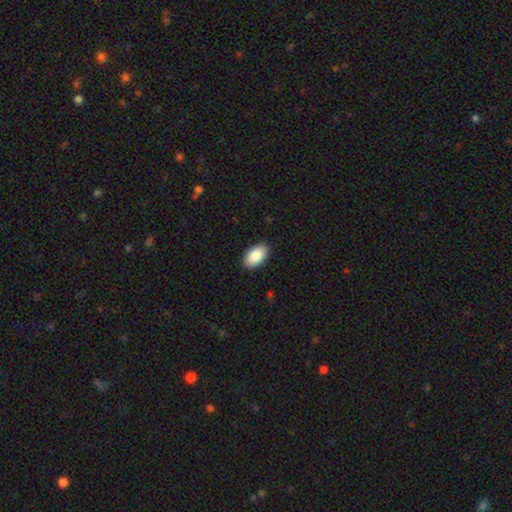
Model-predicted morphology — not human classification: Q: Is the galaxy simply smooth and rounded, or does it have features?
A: smooth — 89%.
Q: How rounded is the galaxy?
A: in between — 95%.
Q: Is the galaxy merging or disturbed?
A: none — 89%.